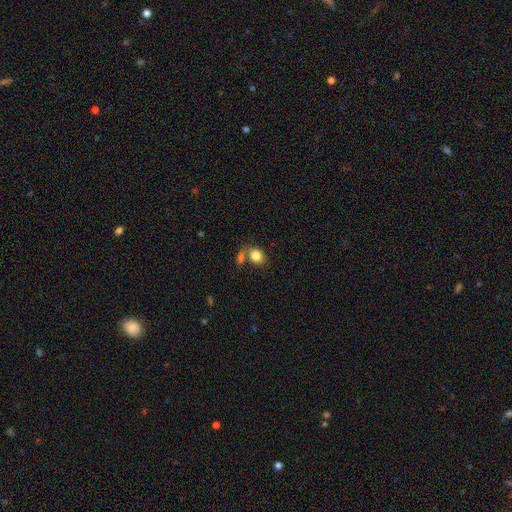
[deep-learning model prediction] This is clearly a smooth galaxy (83%). How rounded: possibly in between (52%). Merging: possibly none (53%).